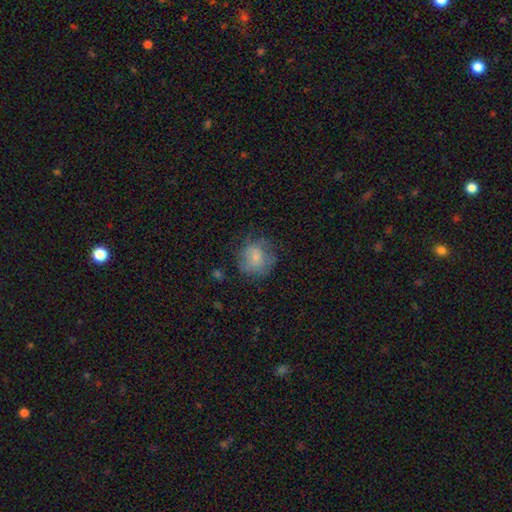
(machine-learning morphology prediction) Smooth or featured? Predicted: smooth (p=0.67). How rounded? Predicted: round (p=0.82). Merging? Predicted: none (p=0.60).